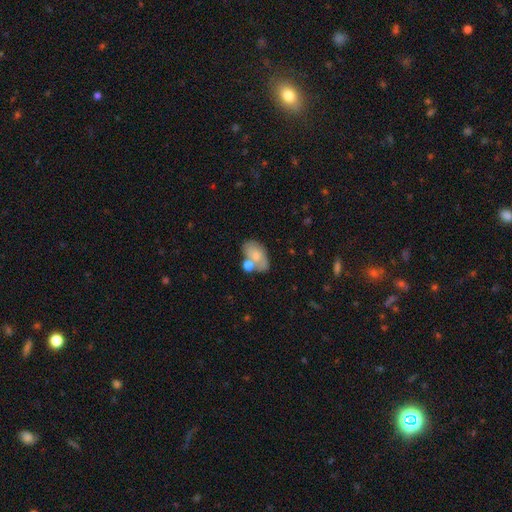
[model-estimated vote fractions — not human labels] The model was most divided on "merging": none: 47%, merger: 28%, minor disturbance: 18%, major disturbance: 7%. More confident: how rounded — in between (90%); smooth or featured — smooth (69%).